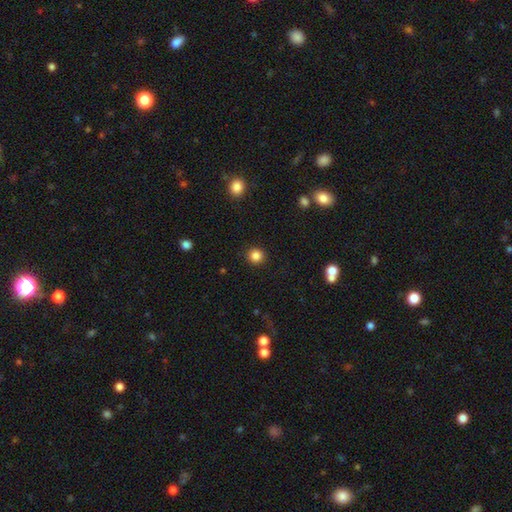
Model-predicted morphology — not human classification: A smooth galaxy with no disk features (85%) that is round (93%).

Vote fractions:
- Smooth or featured? smooth: 85% / star or artifact: 11% / featured or disk: 3%
- How rounded? round: 93% / in between: 6% / cigar-shaped: 1%
- Merging? none: 92% / minor disturbance: 5% / major disturbance: 2% / merger: 1%